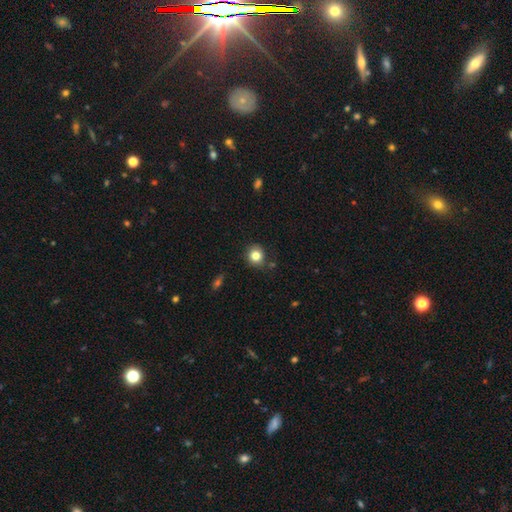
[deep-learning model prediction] A smooth galaxy with no disk features (82%) that is round (88%). Merging: none (84%).